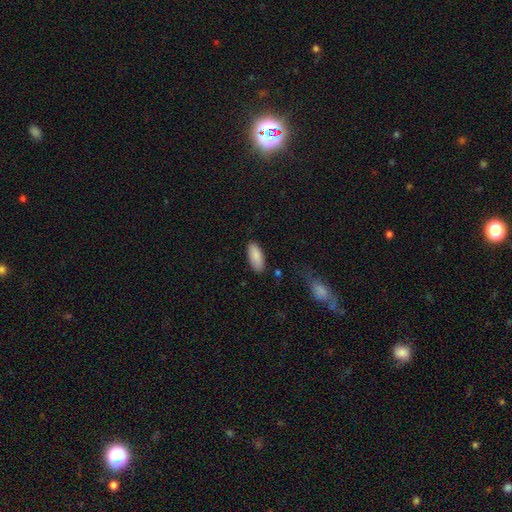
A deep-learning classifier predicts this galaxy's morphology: type=smooth (88%); roundness=in between (85%); merging=none (82%).